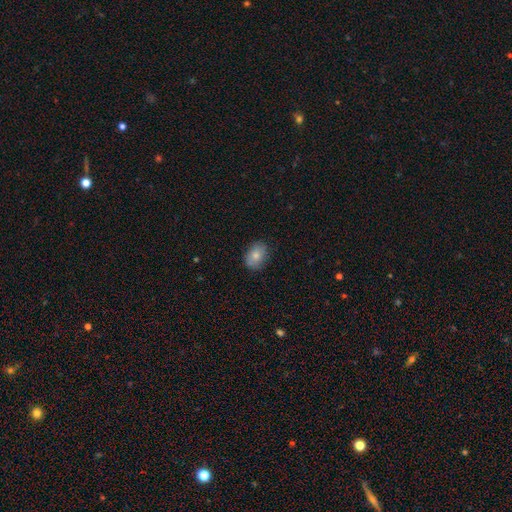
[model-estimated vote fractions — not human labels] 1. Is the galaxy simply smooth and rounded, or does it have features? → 80% smooth, 12% featured or disk, 8% star or artifact.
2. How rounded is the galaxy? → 72% in between, 27% round, 1% cigar-shaped.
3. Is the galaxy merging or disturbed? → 82% none, 15% minor disturbance, 3% major disturbance, 1% merger.